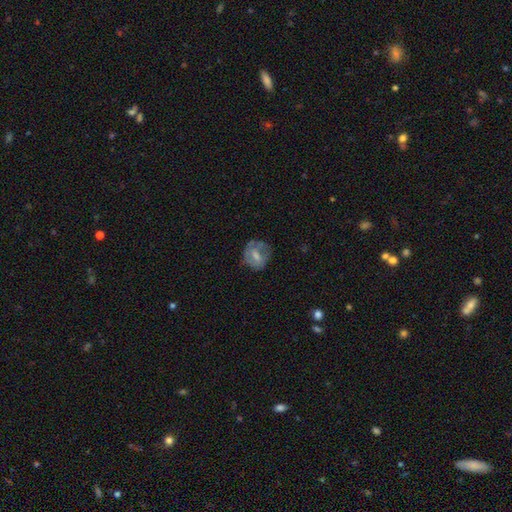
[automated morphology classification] A smooth galaxy with no disk features (51%) that is round (70%).

Vote fractions:
- Smooth or featured? smooth: 51% / featured or disk: 41% / star or artifact: 8%
- How rounded? round: 70% / in between: 29% / cigar-shaped: 1%
- Merging? none: 58% / minor disturbance: 25% / major disturbance: 15% / merger: 2%